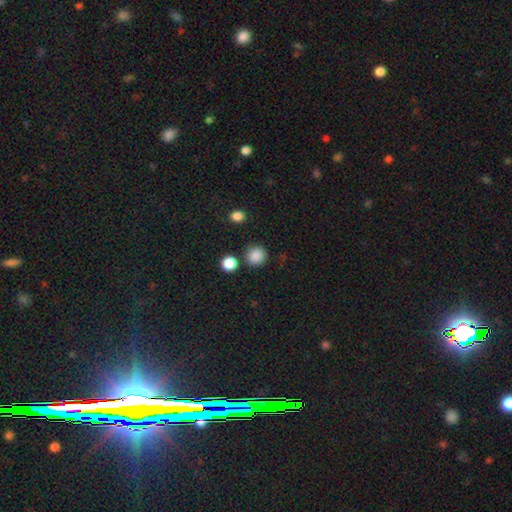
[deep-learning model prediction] Smooth or featured? smooth (86%)
How rounded? round (92%)
Merging? none (85%)